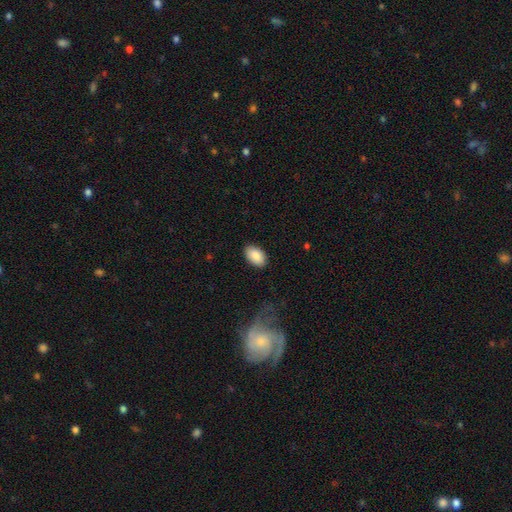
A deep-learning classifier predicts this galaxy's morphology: Smooth or featured? smooth (88%)
How rounded? in between (93%)
Merging? none (87%)